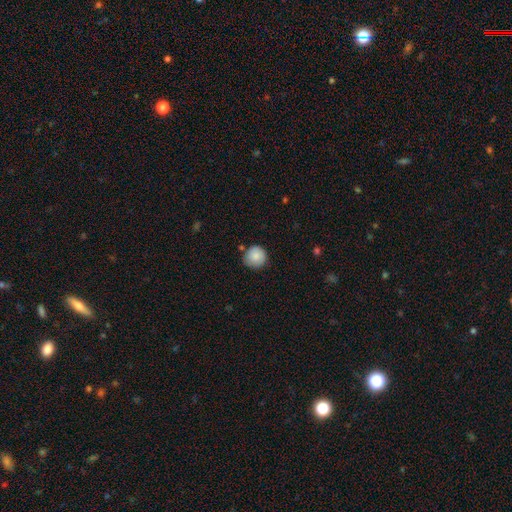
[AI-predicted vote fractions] smooth-or-featured: smooth: 85% | featured or disk: 8% | star or artifact: 7%
  how-rounded: round: 93% | in between: 6% | cigar-shaped: 1%
  merging: none: 79% | minor disturbance: 16% | merger: 3% | major disturbance: 3%